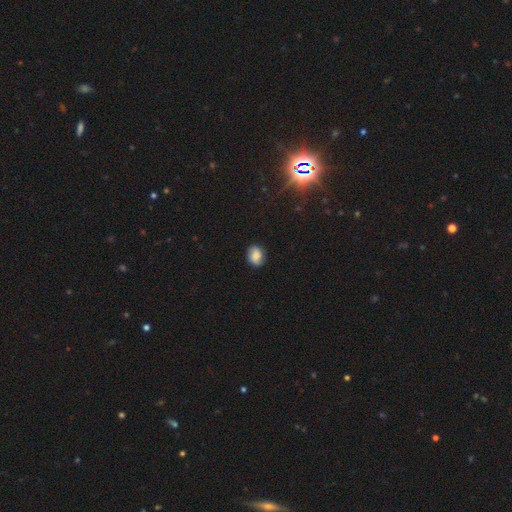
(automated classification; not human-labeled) A smooth galaxy with no disk features (72%) that is in between round and cigar-shaped (61%).

Vote fractions:
- Smooth or featured? smooth: 72% / featured or disk: 19% / star or artifact: 10%
- How rounded? in between: 61% / round: 38% / cigar-shaped: 1%
- Merging? none: 85% / minor disturbance: 12% / major disturbance: 3% / merger: 1%